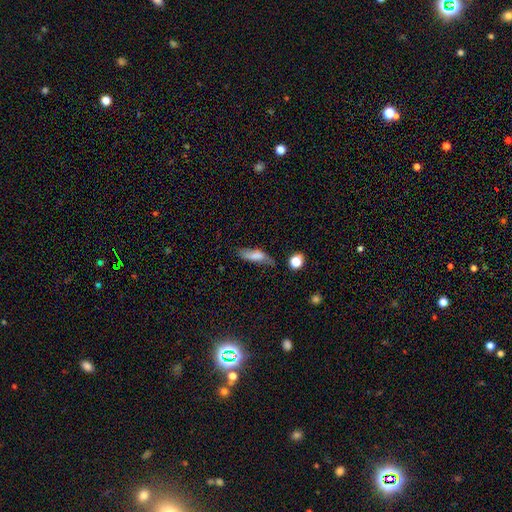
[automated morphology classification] Smooth or featured: smooth — 71% (featured or disk — 20%)
How rounded: in between — 54% (cigar-shaped — 43%)
Merging: none — 54% (minor disturbance — 30%)